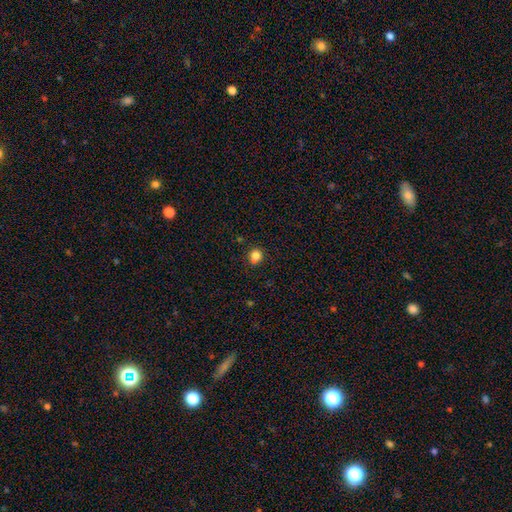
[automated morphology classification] Smooth or featured?
  - smooth: 83% *
  - star or artifact: 12%
  - featured or disk: 5%
How rounded?
  - round: 82% *
  - in between: 18%
  - cigar-shaped: 1%
Merging?
  - none: 80% *
  - minor disturbance: 15%
  - major disturbance: 3%
  - merger: 2%